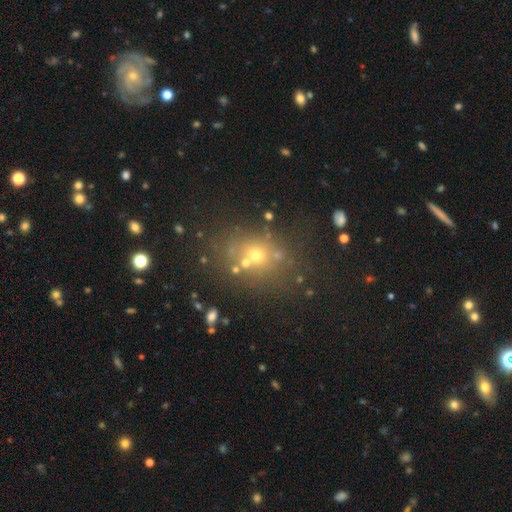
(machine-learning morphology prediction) Smooth or featured? smooth (55%)
How rounded? round (60%)
Merging? none (64%)